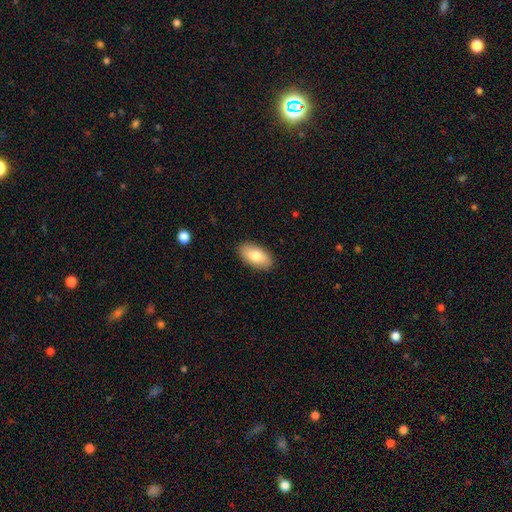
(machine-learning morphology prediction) Smooth or featured?
  - smooth: 80% *
  - featured or disk: 14%
  - star or artifact: 6%
How rounded?
  - in between: 94% *
  - cigar-shaped: 3%
  - round: 3%
Merging?
  - none: 89% *
  - minor disturbance: 8%
  - major disturbance: 2%
  - merger: 1%